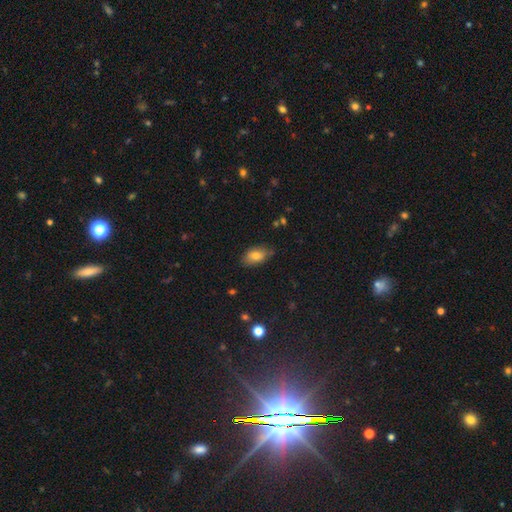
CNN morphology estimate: Overall: smooth (77%). How rounded: in between (91%). Merging: none (72%).